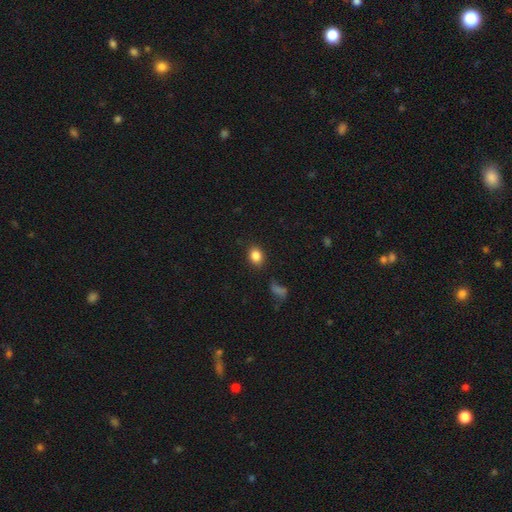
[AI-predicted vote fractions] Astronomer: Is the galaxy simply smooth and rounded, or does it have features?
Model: smooth — 84%.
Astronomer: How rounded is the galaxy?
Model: in between — 56% (runner-up: round, 43%).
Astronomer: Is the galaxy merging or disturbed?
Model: none — 85%.